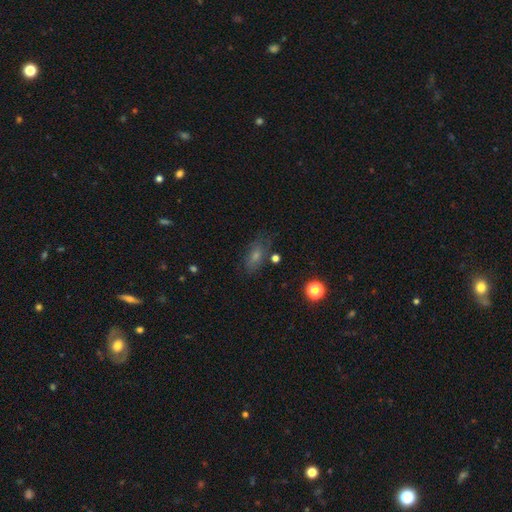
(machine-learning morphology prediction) Overall: smooth (49%; star or artifact 28%). Merging: none (74%).